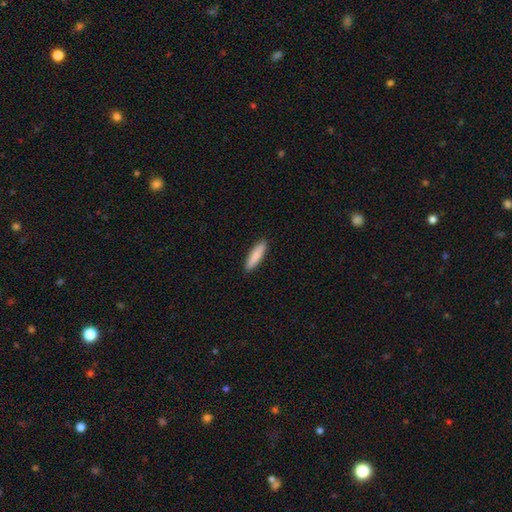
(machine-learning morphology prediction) This appears to be a smooth galaxy with no disk features (87%) that is cigar-shaped (80%). Merging: none (91%).